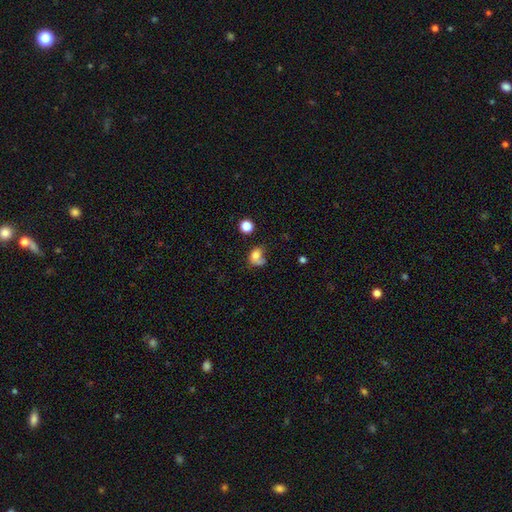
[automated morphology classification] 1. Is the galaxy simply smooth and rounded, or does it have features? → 72% smooth, 16% featured or disk, 12% star or artifact.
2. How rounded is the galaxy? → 58% in between, 41% round, 2% cigar-shaped.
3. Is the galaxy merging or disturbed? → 33% none, 26% major disturbance, 24% minor disturbance, 17% merger.